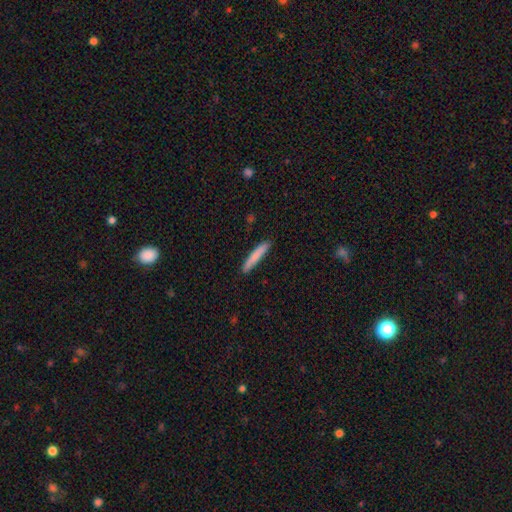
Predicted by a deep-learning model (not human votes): smooth_or_featured: smooth (p=0.80) [alt: featured or disk p=0.14]
how_rounded: cigar-shaped (p=0.94) [alt: in between p=0.04]
merging: none (p=0.88) [alt: minor disturbance p=0.09]